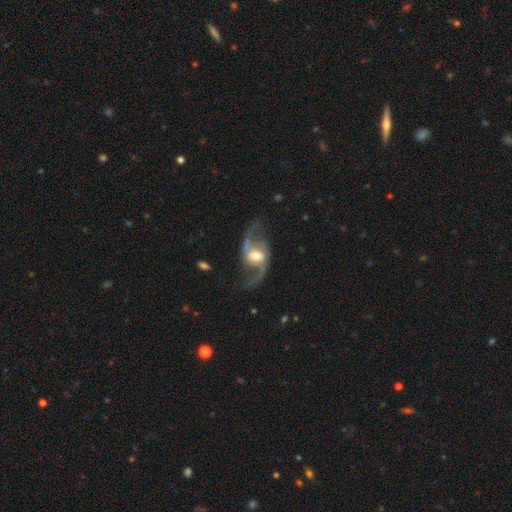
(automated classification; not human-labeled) This is clearly a featured or disk galaxy (89%). It is clearly not viewed edge-on (97%). Bar: marginally weak (45%). Spiral arm pattern: clearly yes (96%). Spiral arm count: clearly 2 (94%). Spiral winding: likely loose (67%). Central bulge: likely moderate (65%). Merging: likely none (76%).